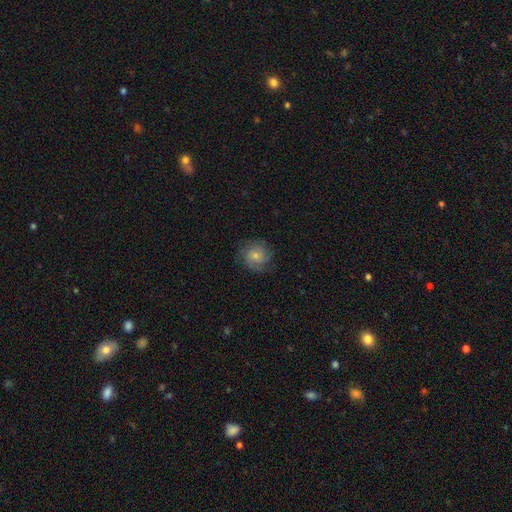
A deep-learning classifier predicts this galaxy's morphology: smooth 50%, featured or disk 41%, star or artifact 9%. Down the decision tree: how rounded — round (87%); merging — none (77%).